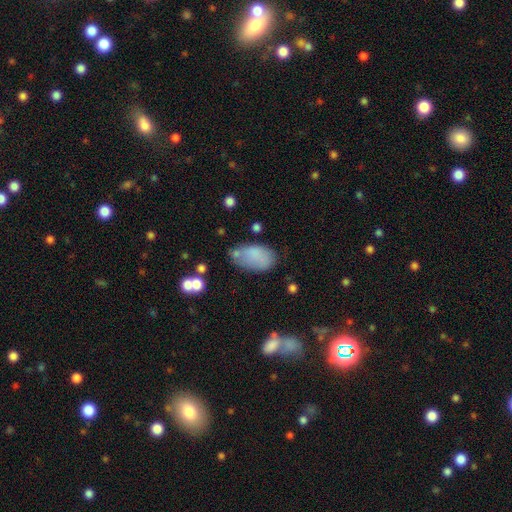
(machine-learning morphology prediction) This is likely a smooth galaxy (76%). How rounded: clearly in between (93%). Merging: possibly none (53%).